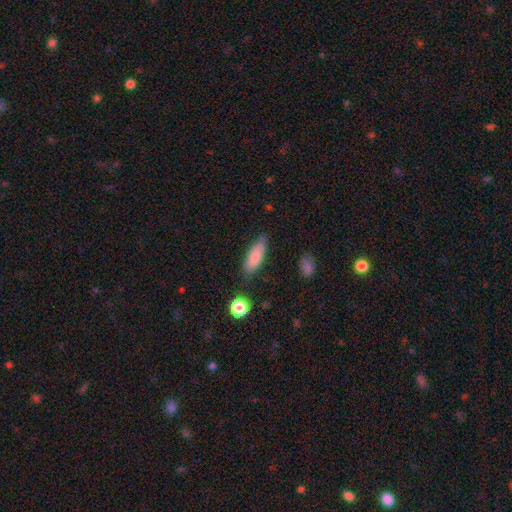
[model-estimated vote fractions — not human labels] Smooth or featured: smooth — 82% (featured or disk — 10%)
How rounded: in between — 65% (cigar-shaped — 33%)
Merging: none — 74% (minor disturbance — 19%)